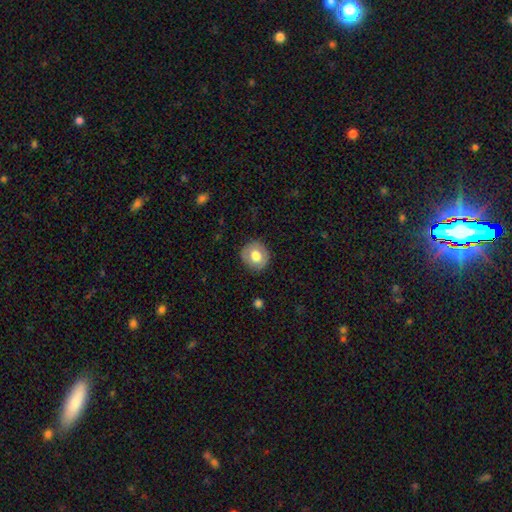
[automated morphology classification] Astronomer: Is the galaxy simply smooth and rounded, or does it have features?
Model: smooth — 72%.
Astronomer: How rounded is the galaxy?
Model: round — 87%.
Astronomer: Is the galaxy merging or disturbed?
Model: none — 87%.